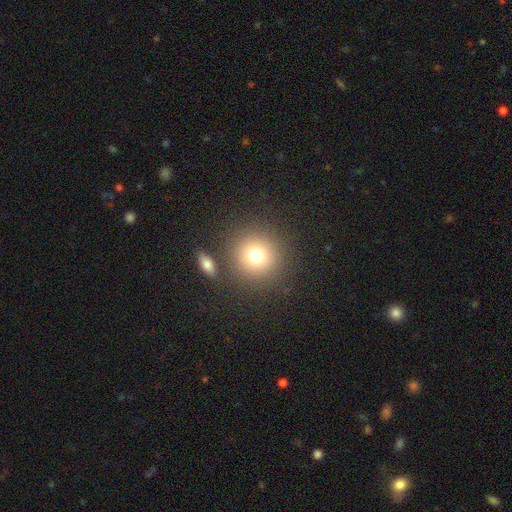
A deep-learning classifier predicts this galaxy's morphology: Smooth or featured? smooth (75%)
How rounded? round (93%)
Merging? none (83%)